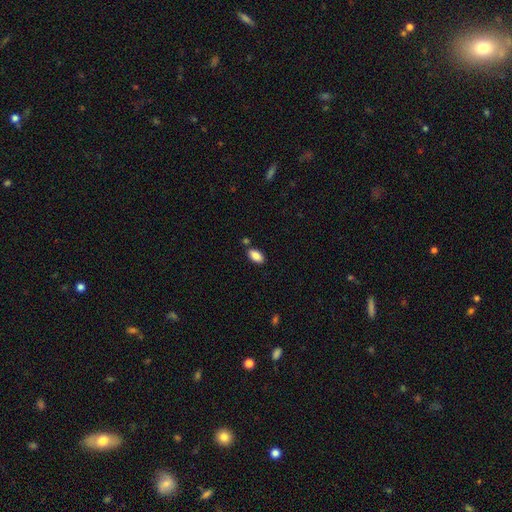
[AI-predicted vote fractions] Smooth or featured? Predicted: smooth (p=0.87). How rounded? Predicted: in between (p=0.93). Merging? Predicted: none (p=0.80).